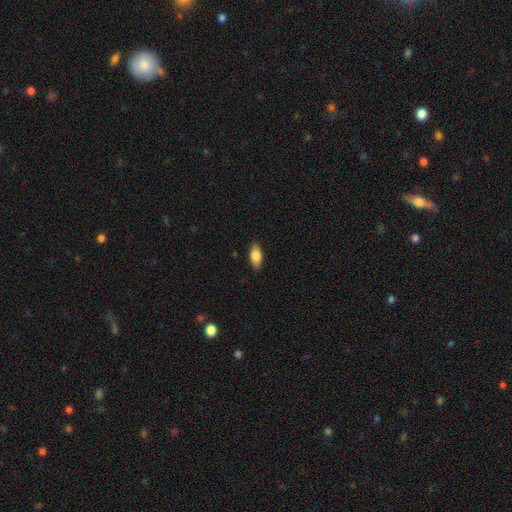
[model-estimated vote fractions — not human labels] Morphology: type=smooth (80%); roundness=in between (87%); merging=none (88%).